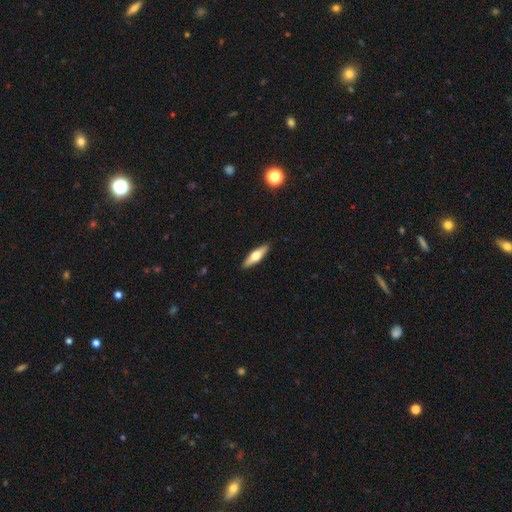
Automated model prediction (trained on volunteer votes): A smooth galaxy with no disk features (51%) that is cigar-shaped (62%).

Vote fractions:
- Smooth or featured? smooth: 51% / featured or disk: 43% / star or artifact: 6%
- How rounded? cigar-shaped: 62% / in between: 36% / round: 2%
- Merging? none: 91% / minor disturbance: 7% / major disturbance: 1% / merger: 1%